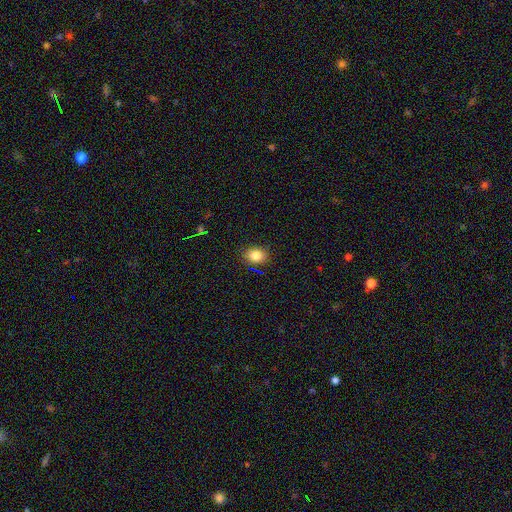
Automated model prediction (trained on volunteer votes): Overall: smooth (80%). How rounded: round (50%; in between 49%). Merging: none (85%).